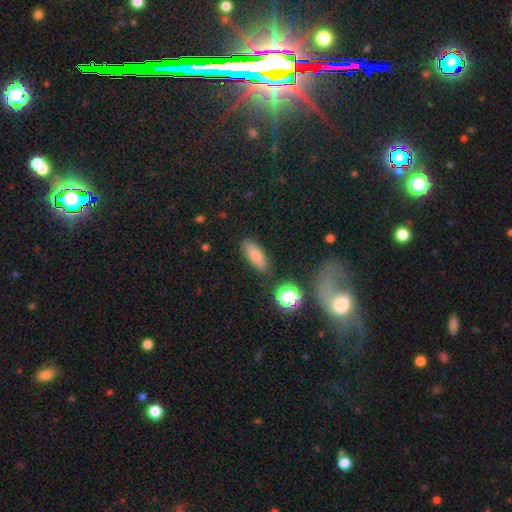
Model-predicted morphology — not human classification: smooth-or-featured: smooth: 79% | featured or disk: 11% | star or artifact: 10%
  how-rounded: in between: 72% | cigar-shaped: 23% | round: 4%
  merging: none: 82% | minor disturbance: 12% | major disturbance: 3% | merger: 3%